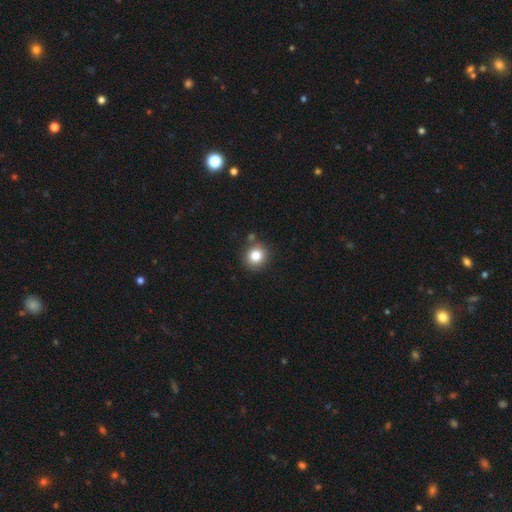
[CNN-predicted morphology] Smooth or featured?
  - smooth: 83% *
  - star or artifact: 11%
  - featured or disk: 6%
How rounded?
  - round: 86% *
  - in between: 13%
  - cigar-shaped: 1%
Merging?
  - none: 81% *
  - minor disturbance: 9%
  - merger: 7%
  - major disturbance: 3%